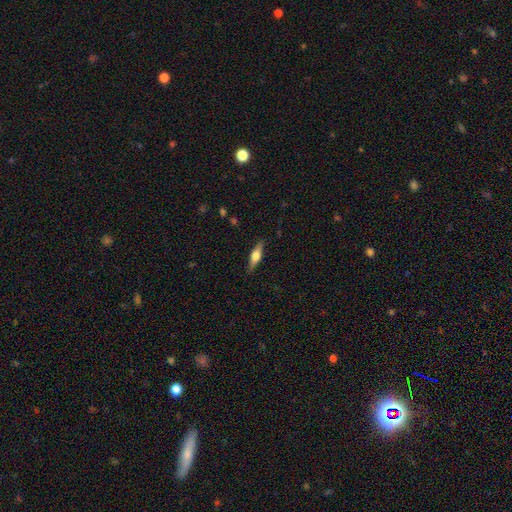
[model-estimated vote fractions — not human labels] A featured or disk galaxy (55%) viewed edge-on (95%) with a rounded central bulge (92%). Merging: none (88%).